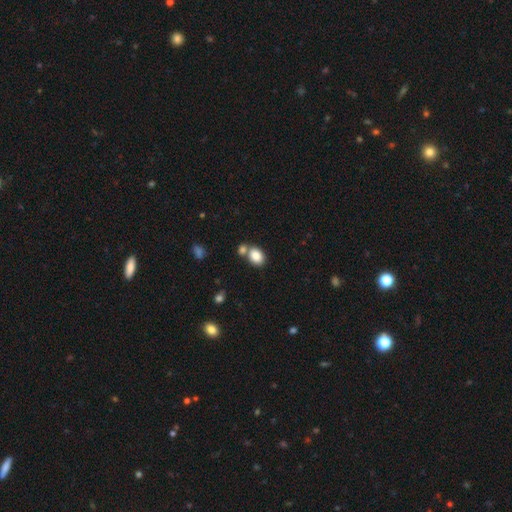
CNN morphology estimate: The model was most divided on "merging": none: 55%, merger: 30%, minor disturbance: 11%, major disturbance: 3%. More confident: smooth or featured — smooth (85%); how rounded — in between (68%).